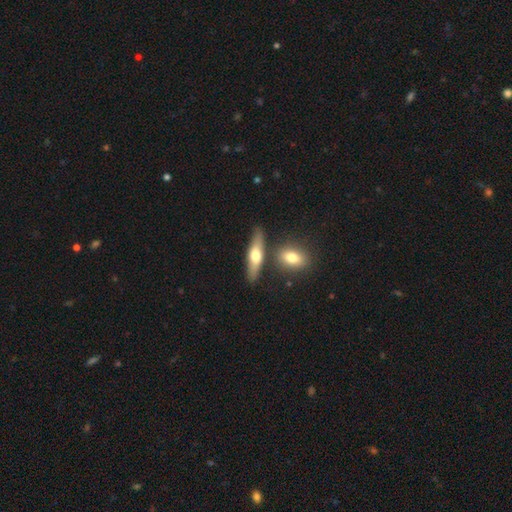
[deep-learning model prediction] smooth_or_featured: smooth (p=0.49) [alt: featured or disk p=0.45]
merging: none (p=0.75) [alt: minor disturbance p=0.11]